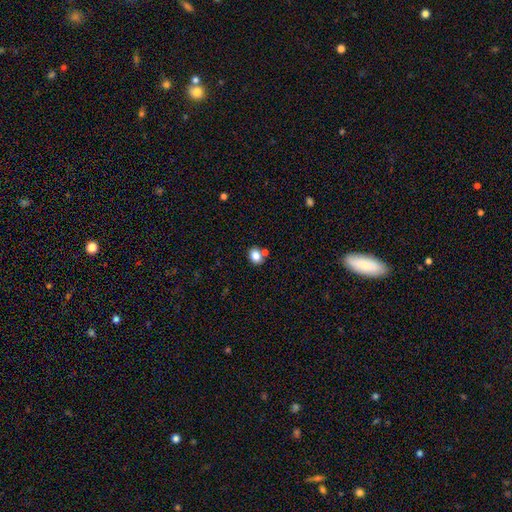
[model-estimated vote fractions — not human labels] Smooth or featured?
  - smooth: 83% *
  - star or artifact: 10%
  - featured or disk: 6%
How rounded?
  - in between: 52% *
  - round: 47%
  - cigar-shaped: 1%
Merging?
  - none: 68% *
  - merger: 18%
  - minor disturbance: 11%
  - major disturbance: 3%